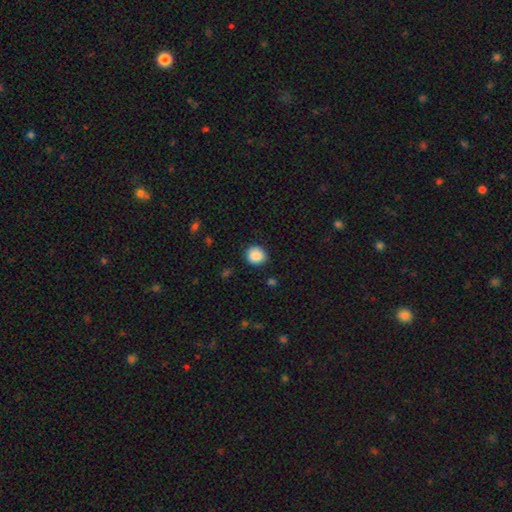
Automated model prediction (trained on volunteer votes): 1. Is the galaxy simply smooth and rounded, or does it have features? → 88% smooth, 8% star or artifact, 3% featured or disk.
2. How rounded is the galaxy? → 81% round, 18% in between, 1% cigar-shaped.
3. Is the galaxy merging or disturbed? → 83% none, 12% minor disturbance, 3% major disturbance, 1% merger.